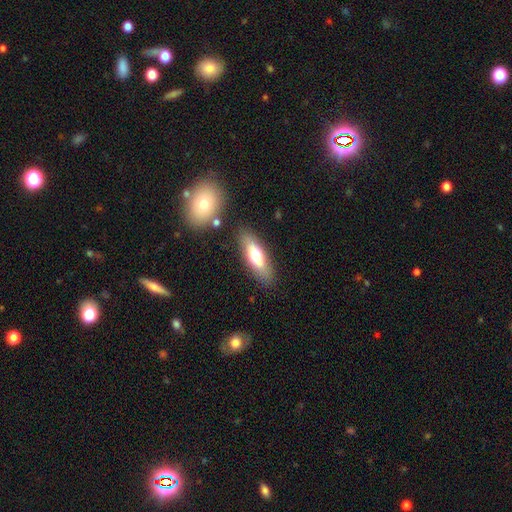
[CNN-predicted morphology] A smooth galaxy with no disk features (60%) that is in between round and cigar-shaped (54%). Merging: none (82%).